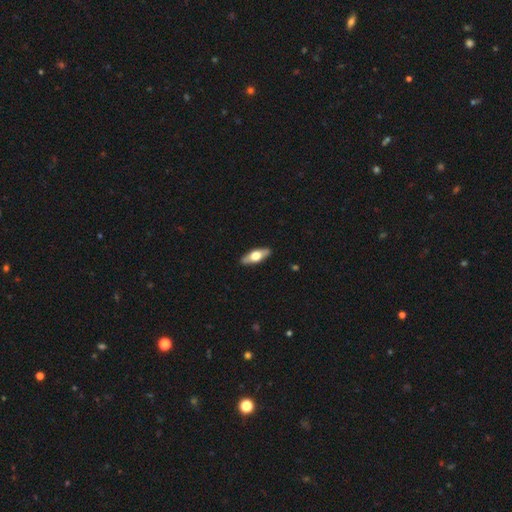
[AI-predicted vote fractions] Q: Smooth or featured?
A: smooth (51%); runner-up: featured or disk (43%)
Q: How rounded?
A: in between (65%); runner-up: cigar-shaped (32%)
Q: Merging?
A: none (89%); runner-up: minor disturbance (8%)